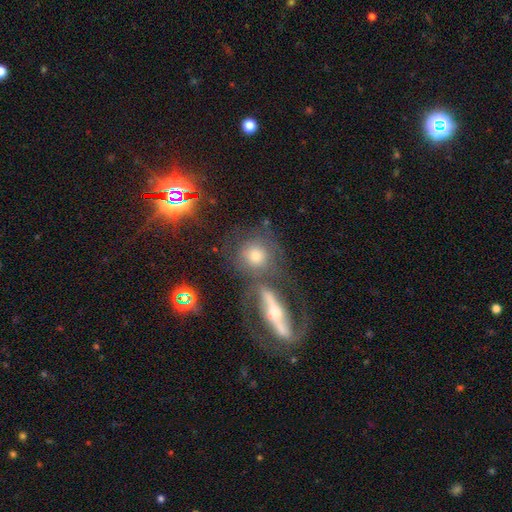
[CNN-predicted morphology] Smooth or featured?
  - smooth: 45% *
  - featured or disk: 40%
  - star or artifact: 14%
Merging?
  - none: 47% *
  - merger: 35%
  - minor disturbance: 10%
  - major disturbance: 8%